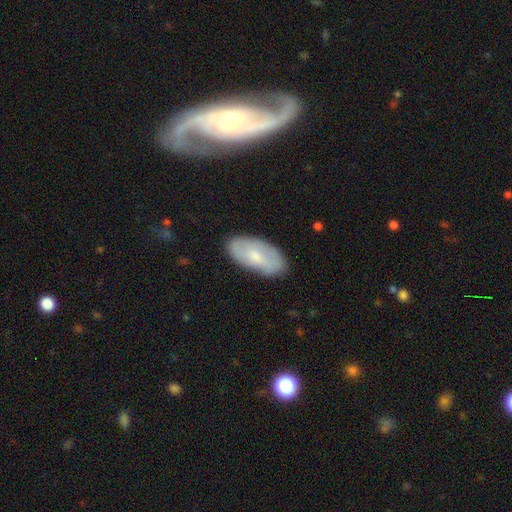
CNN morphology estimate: This appears to be a smooth galaxy with no disk features (61%) that is in between round and cigar-shaped (93%). Merging: none (82%).